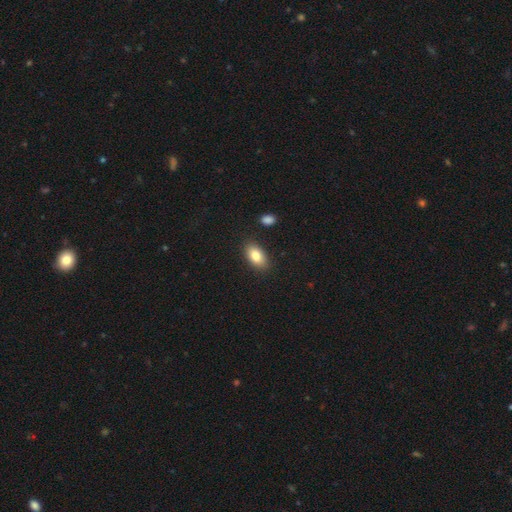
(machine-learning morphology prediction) smooth-or-featured: smooth: 83% | featured or disk: 10% | star or artifact: 7%
  how-rounded: in between: 91% | round: 6% | cigar-shaped: 3%
  merging: none: 86% | minor disturbance: 10% | merger: 2% | major disturbance: 2%